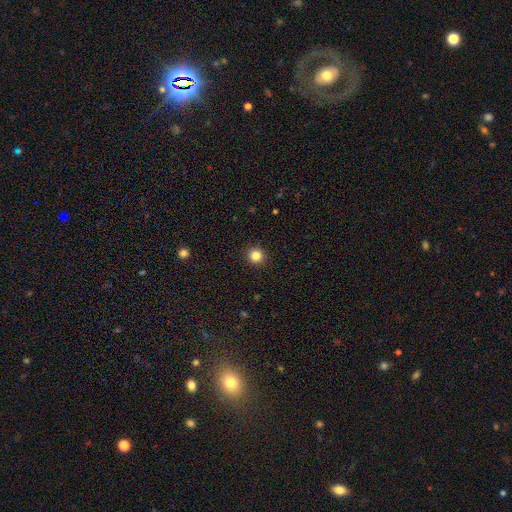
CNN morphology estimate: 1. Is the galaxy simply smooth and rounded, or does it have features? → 84% smooth, 12% star or artifact, 4% featured or disk.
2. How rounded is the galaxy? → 94% round, 5% in between, 1% cigar-shaped.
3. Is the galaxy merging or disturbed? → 93% none, 4% minor disturbance, 2% major disturbance, 1% merger.